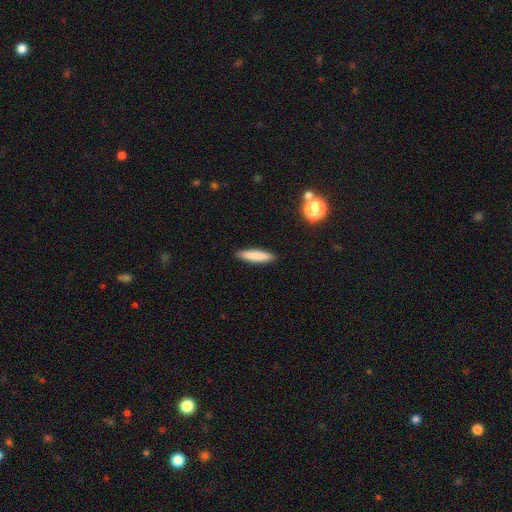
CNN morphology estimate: A smooth galaxy with no disk features (83%) that is cigar-shaped (84%). Merging: none (90%).